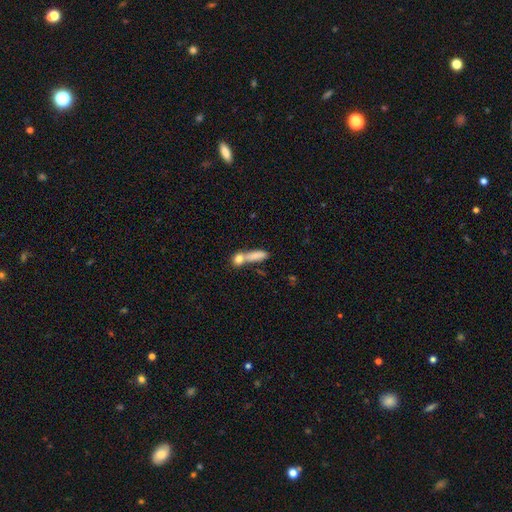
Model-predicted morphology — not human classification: The model was most divided on "how rounded": cigar-shaped: 46%, in between: 43%, round: 11%. Remaining: smooth or featured — smooth (78%); merging — merger (50%).